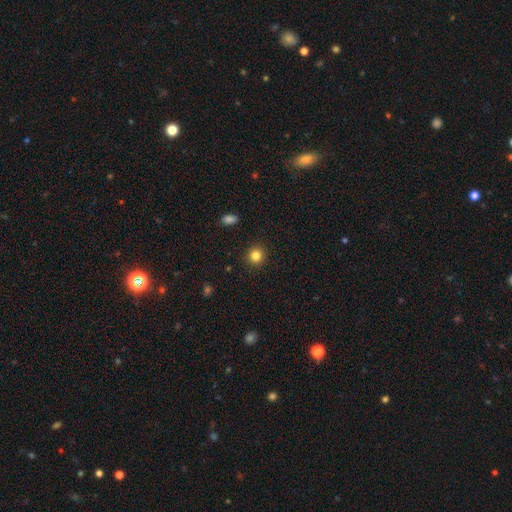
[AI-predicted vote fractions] Smooth or featured? Predicted: smooth (p=0.84). How rounded? Predicted: round (p=0.92). Merging? Predicted: none (p=0.92).